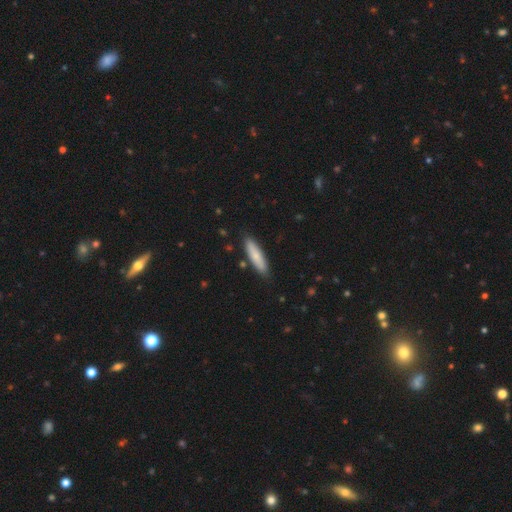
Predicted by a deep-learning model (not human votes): Overall: smooth (75%). How rounded: cigar-shaped (74%). Merging: none (86%).